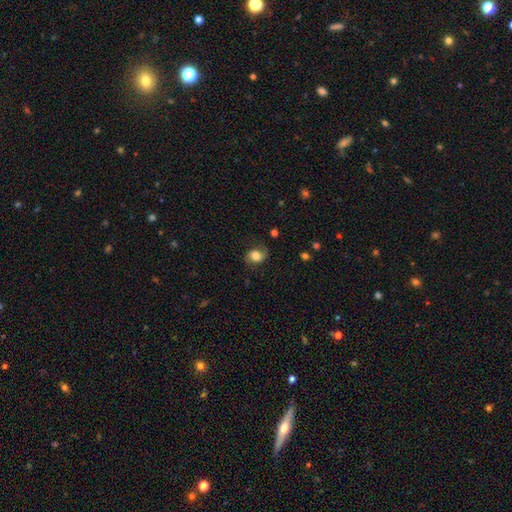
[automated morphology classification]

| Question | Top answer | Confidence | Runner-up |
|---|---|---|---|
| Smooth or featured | smooth | 61% | featured or disk (29%) |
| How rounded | in between | 54% | round (45%) |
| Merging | none | 67% | minor disturbance (22%) |